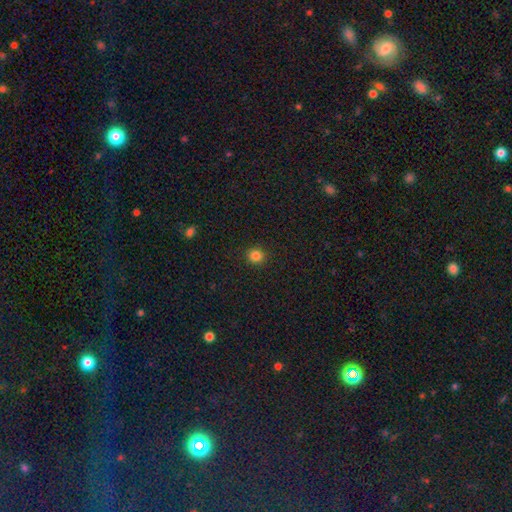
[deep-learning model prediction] smooth 83%, star or artifact 13%, featured or disk 4%. Down the decision tree: how rounded — round (93%); merging — none (92%).